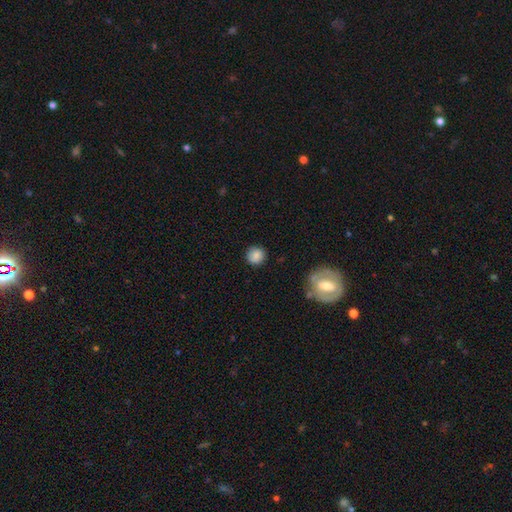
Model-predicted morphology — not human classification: A smooth galaxy with no disk features (84%) that is round (90%). Merging: none (85%).